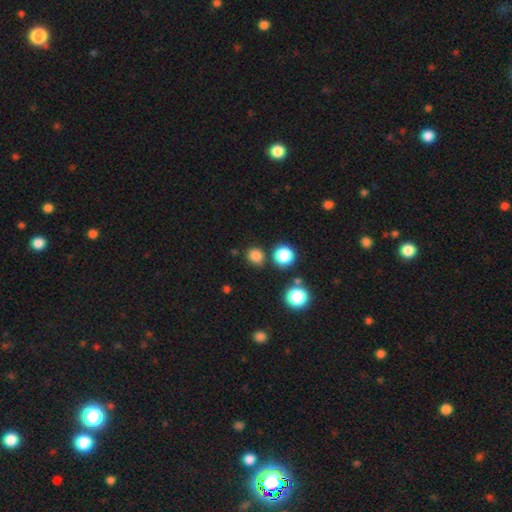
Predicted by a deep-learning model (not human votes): This appears to be a smooth galaxy with no disk features (79%) that is round (76%). Merging: none (79%).